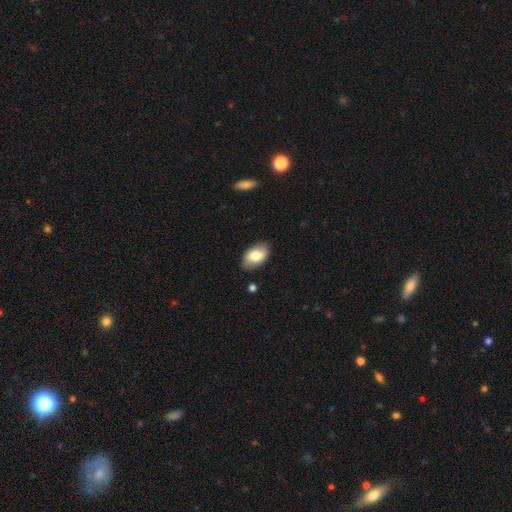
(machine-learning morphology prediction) smooth-or-featured: smooth: 74% | featured or disk: 19% | star or artifact: 7%
  how-rounded: in between: 92% | round: 7% | cigar-shaped: 1%
  merging: none: 83% | minor disturbance: 12% | major disturbance: 3% | merger: 1%